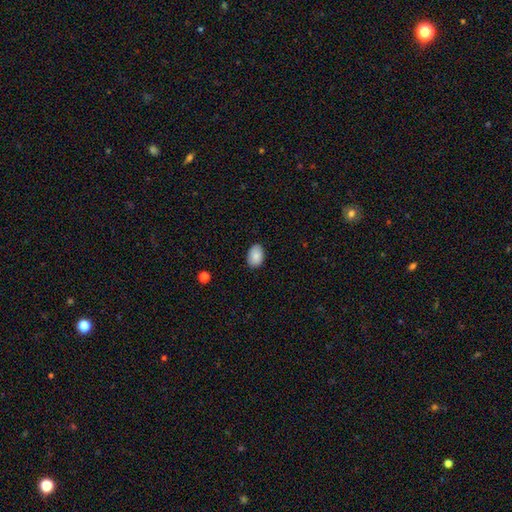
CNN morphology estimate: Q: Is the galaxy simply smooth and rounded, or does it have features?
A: smooth — 87%.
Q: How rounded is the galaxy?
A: in between — 86%.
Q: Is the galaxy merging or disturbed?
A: none — 86%.